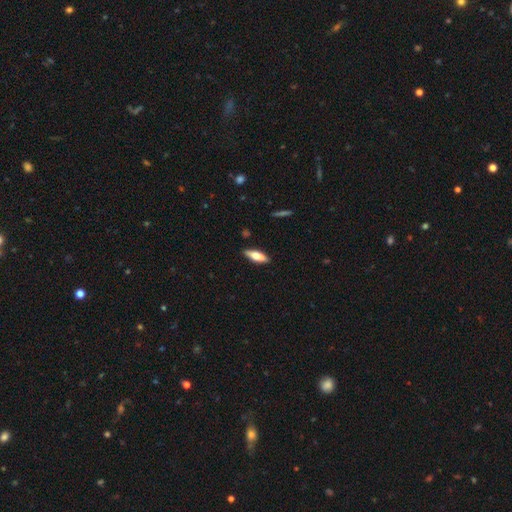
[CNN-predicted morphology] A smooth galaxy with no disk features (62%) that is cigar-shaped (49%, tied with in between). Merging: none (80%).